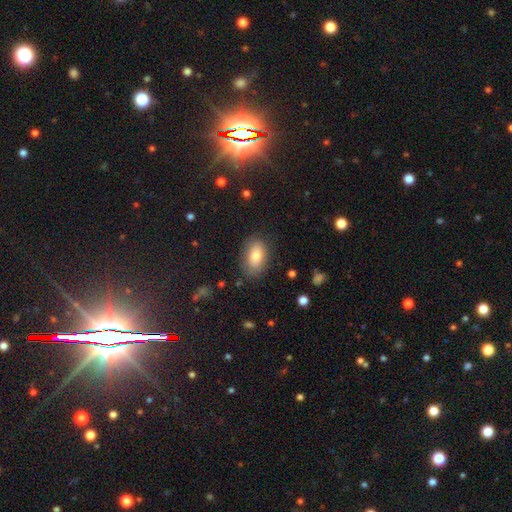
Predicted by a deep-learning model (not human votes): Q: Smooth or featured?
A: smooth (78%); runner-up: featured or disk (14%)
Q: How rounded?
A: in between (90%); runner-up: round (8%)
Q: Merging?
A: none (81%); runner-up: minor disturbance (14%)